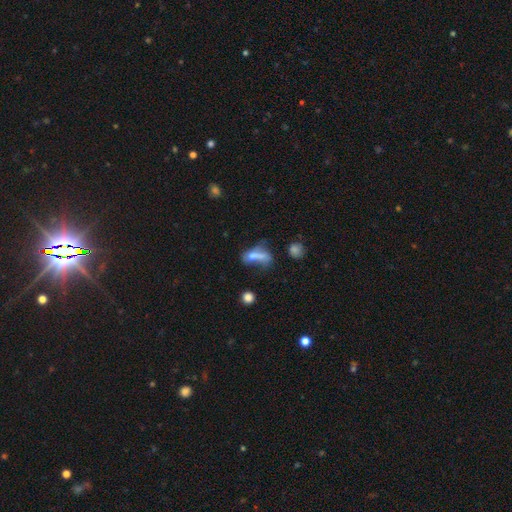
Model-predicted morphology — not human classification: This appears to be a smooth galaxy with no disk features (57%) that is in between round and cigar-shaped (64%). Merging: major disturbance (29%).